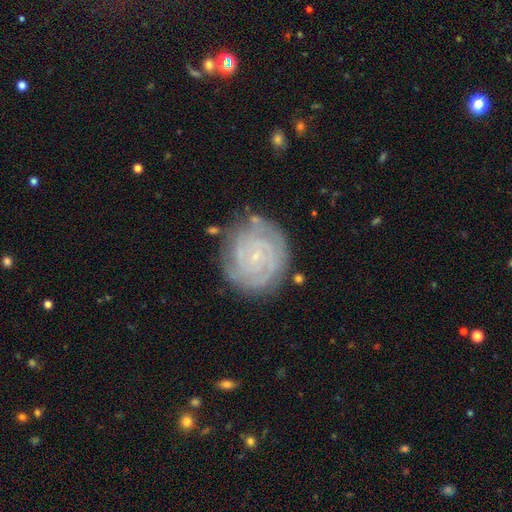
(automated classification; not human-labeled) smooth_or_featured: featured or disk (p=0.83) [alt: smooth p=0.10]
disk_edge_on: no (p=0.98) [alt: yes p=0.02]
bar: no (p=0.68) [alt: weak p=0.25]
has_spiral_arms: yes (p=0.97) [alt: no p=0.03]
spiral_winding: tight (p=0.82) [alt: medium p=0.16]
spiral_arm_count: 2 (p=0.31) [alt: can't tell p=0.23]
bulge_size: small (p=0.85) [alt: moderate p=0.07]
merging: none (p=0.78) [alt: minor disturbance p=0.15]